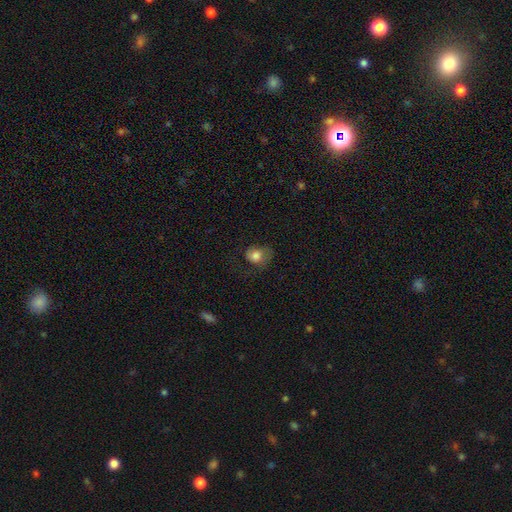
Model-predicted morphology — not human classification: Smooth or featured? smooth (77%)
How rounded? round (56%)
Merging? none (42%)